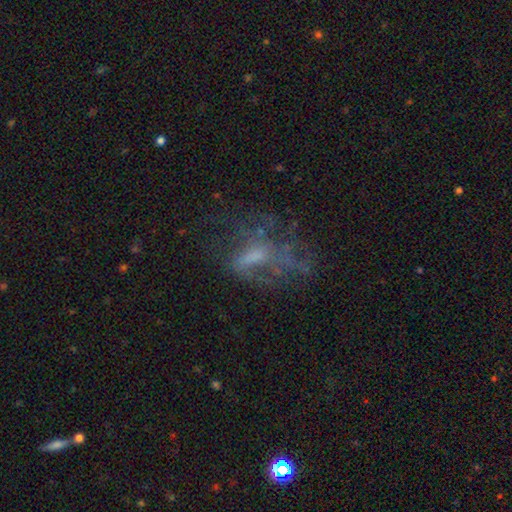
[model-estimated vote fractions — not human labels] smooth-or-featured: featured or disk: 54% | smooth: 26% | star or artifact: 19%
  disk-edge-on: no: 94% | yes: 6%
    bar: no: 66% | weak: 27% | strong: 7%
    has-spiral-arms: no: 71% | yes: 29%
    bulge-size: none: 35% | small: 31% | moderate: 29% | large: 5% | dominant: 1%
  merging: none: 42% | major disturbance: 37% | minor disturbance: 18% | merger: 4%